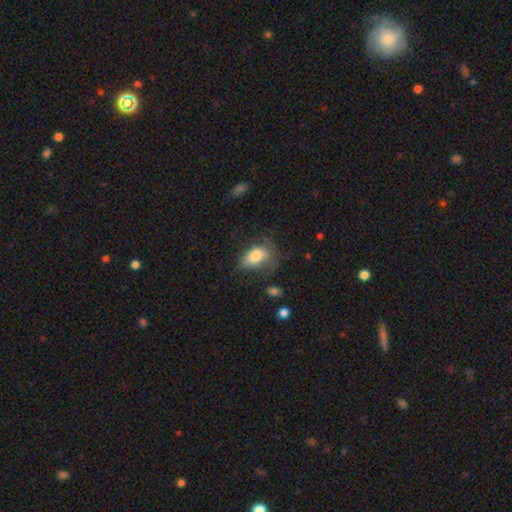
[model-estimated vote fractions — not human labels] Smooth or featured? Predicted: smooth (p=0.78). How rounded? Predicted: in between (p=0.89). Merging? Predicted: none (p=0.41).